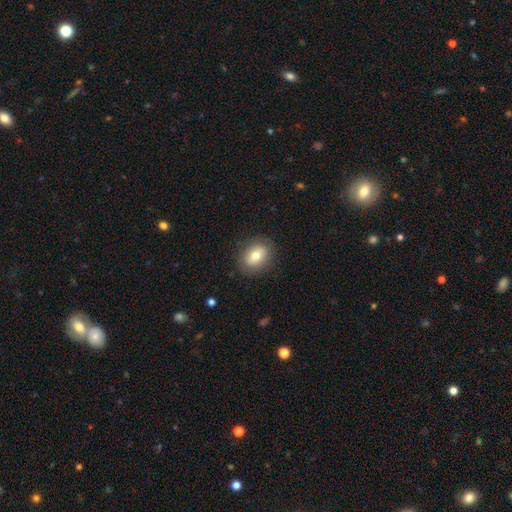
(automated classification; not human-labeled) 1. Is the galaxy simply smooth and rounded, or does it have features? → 74% smooth, 17% featured or disk, 9% star or artifact.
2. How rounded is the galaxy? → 57% in between, 42% round, 1% cigar-shaped.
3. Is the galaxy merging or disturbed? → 86% none, 10% minor disturbance, 3% major disturbance, 1% merger.